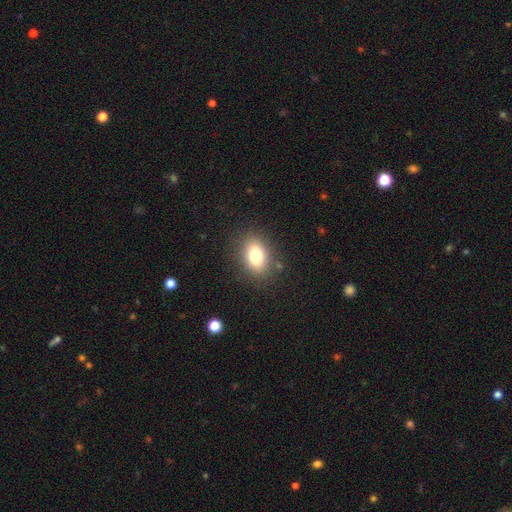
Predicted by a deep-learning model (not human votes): Q: Smooth or featured?
A: smooth (78%); runner-up: featured or disk (11%)
Q: How rounded?
A: in between (78%); runner-up: round (20%)
Q: Merging?
A: none (85%); runner-up: minor disturbance (10%)